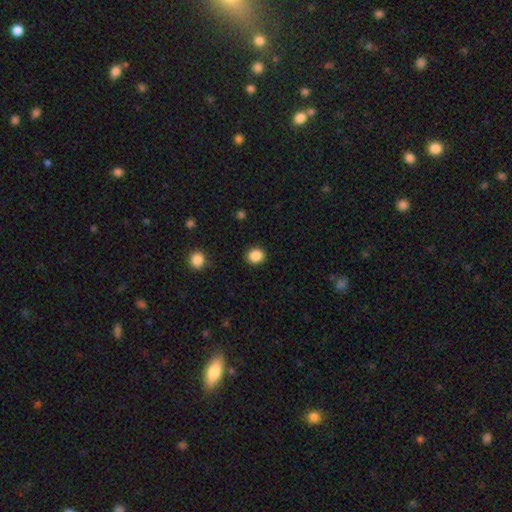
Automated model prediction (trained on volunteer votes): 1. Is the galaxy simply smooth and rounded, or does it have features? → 87% smooth, 10% star or artifact, 3% featured or disk.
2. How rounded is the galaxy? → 84% round, 15% in between, 1% cigar-shaped.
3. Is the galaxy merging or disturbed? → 91% none, 6% minor disturbance, 2% major disturbance, 1% merger.